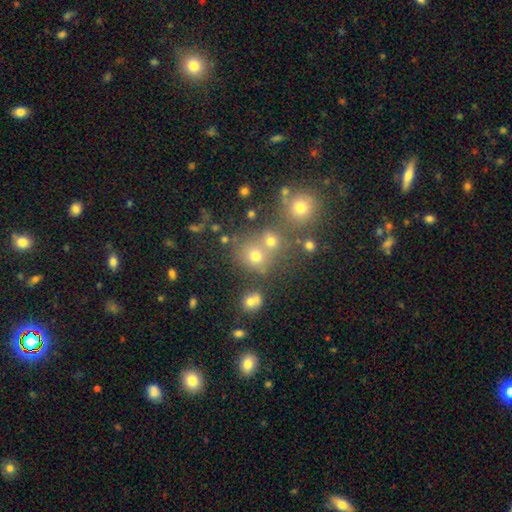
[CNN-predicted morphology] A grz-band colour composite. It shows a smooth galaxy with no disk features (65%) that is round (83%). Merging: none (59%).